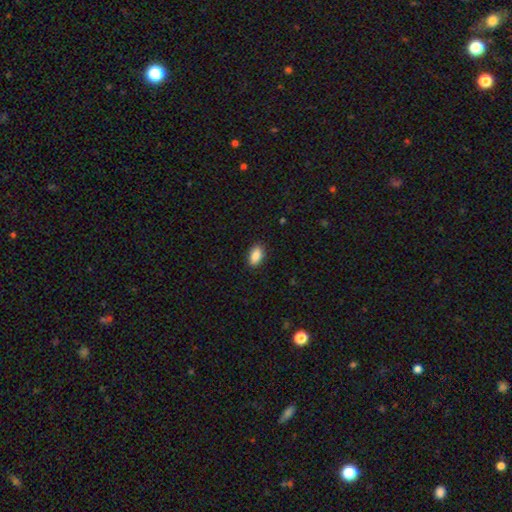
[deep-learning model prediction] This appears to be a smooth galaxy with no disk features (89%) that is in between round and cigar-shaped (93%). Merging: none (90%).